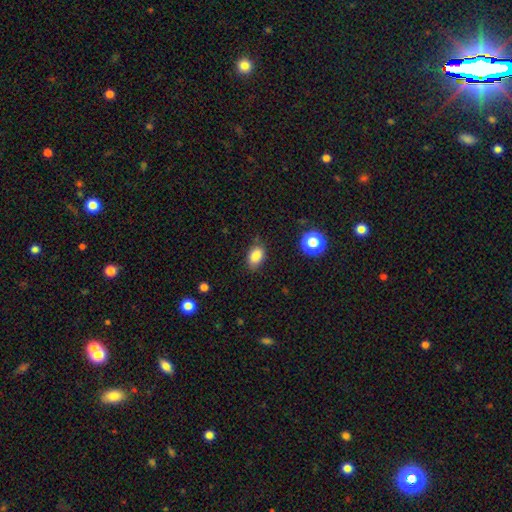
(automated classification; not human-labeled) Q: Smooth or featured?
A: smooth (85%); runner-up: star or artifact (10%)
Q: How rounded?
A: in between (82%); runner-up: round (16%)
Q: Merging?
A: none (77%); runner-up: minor disturbance (18%)